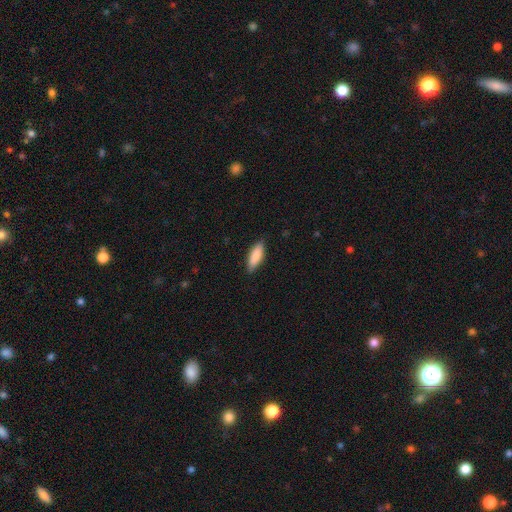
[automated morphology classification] smooth_or_featured: smooth (p=0.86) [alt: featured or disk p=0.08]
how_rounded: in between (p=0.63) [alt: cigar-shaped p=0.35]
merging: none (p=0.85) [alt: minor disturbance p=0.12]